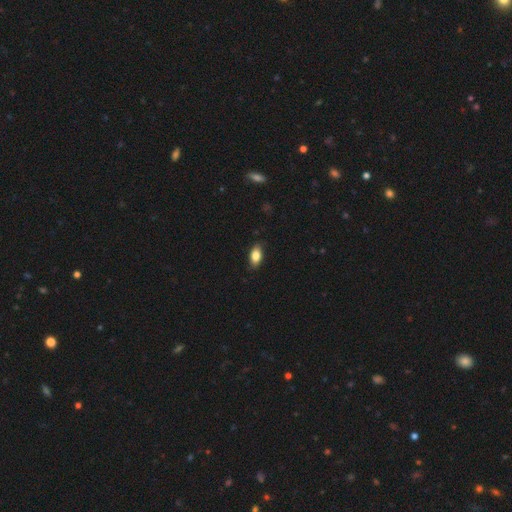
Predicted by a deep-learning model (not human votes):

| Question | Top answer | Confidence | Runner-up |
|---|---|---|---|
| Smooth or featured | smooth | 84% | featured or disk (9%) |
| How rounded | in between | 90% | round (5%) |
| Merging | none | 86% | minor disturbance (11%) |